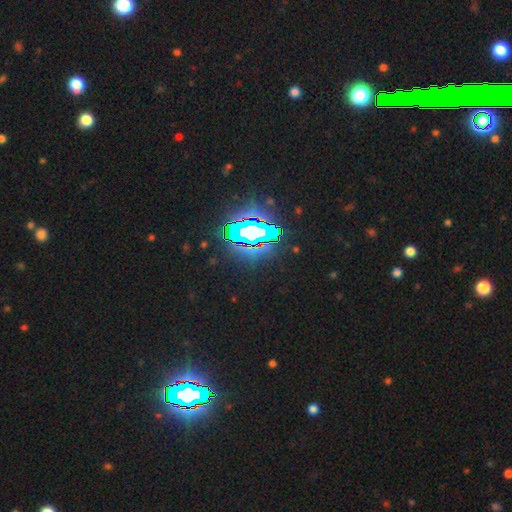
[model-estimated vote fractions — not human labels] Smooth or featured? star or artifact (81%)